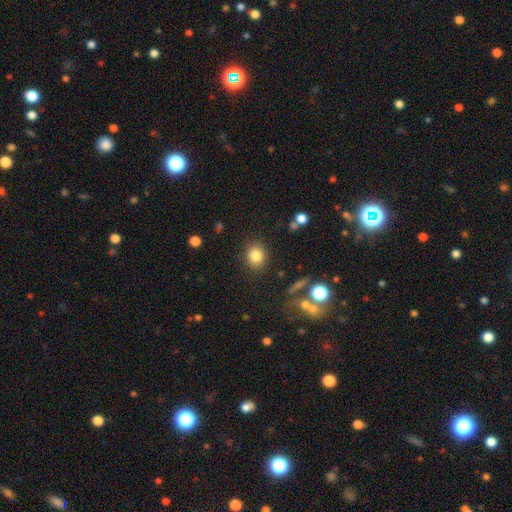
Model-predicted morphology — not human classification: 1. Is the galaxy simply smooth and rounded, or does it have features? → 83% smooth, 11% star or artifact, 6% featured or disk.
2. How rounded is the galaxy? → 74% round, 25% in between, 1% cigar-shaped.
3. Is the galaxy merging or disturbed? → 86% none, 8% minor disturbance, 3% major disturbance, 2% merger.